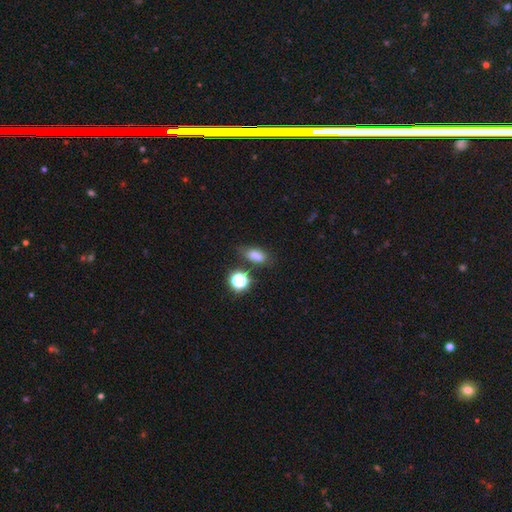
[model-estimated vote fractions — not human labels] Overall: smooth (76%). How rounded: in between (75%). Merging: none (67%).